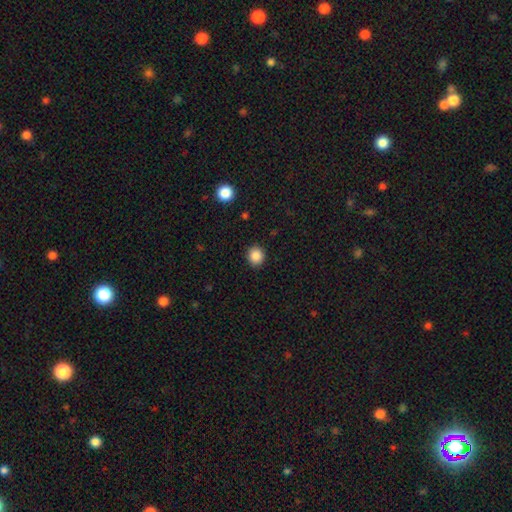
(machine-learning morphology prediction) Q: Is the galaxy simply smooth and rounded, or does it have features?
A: smooth — 87%.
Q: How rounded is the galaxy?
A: round — 88%.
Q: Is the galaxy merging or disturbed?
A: none — 91%.